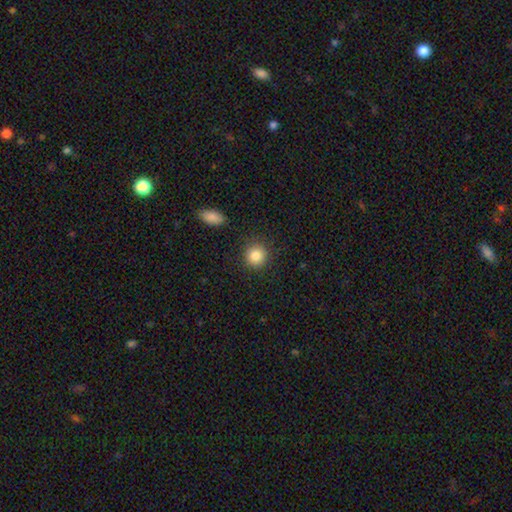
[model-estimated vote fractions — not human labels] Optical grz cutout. It shows a smooth galaxy with no disk features (86%) that is round (90%). Merging: none (88%).